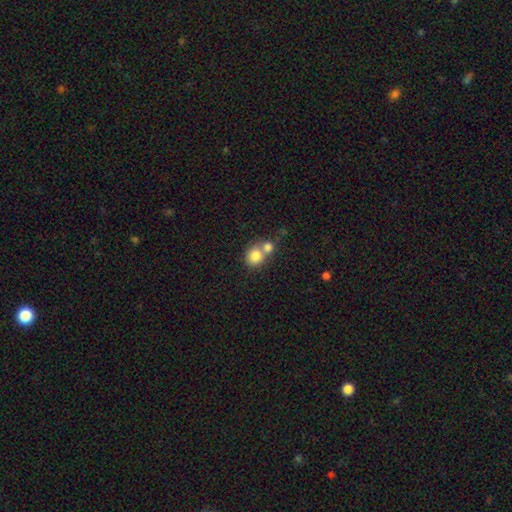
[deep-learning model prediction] Smooth or featured: smooth — 81% (featured or disk — 10%)
How rounded: round — 76% (in between — 23%)
Merging: merger — 56% (none — 34%)